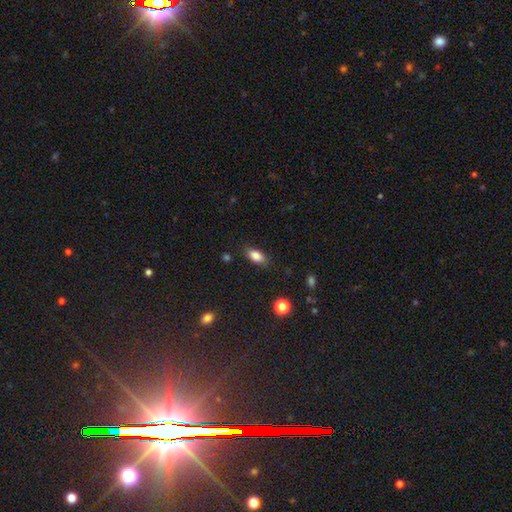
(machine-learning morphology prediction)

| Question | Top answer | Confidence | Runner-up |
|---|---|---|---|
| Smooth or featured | smooth | 85% | star or artifact (9%) |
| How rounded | in between | 86% | cigar-shaped (8%) |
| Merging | none | 82% | minor disturbance (14%) |